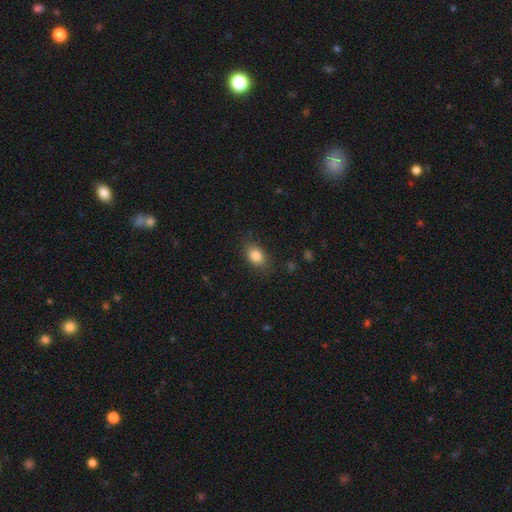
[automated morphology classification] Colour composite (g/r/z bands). It shows a smooth galaxy with no disk features (84%) that is in between round and cigar-shaped (81%). Merging: none (82%).